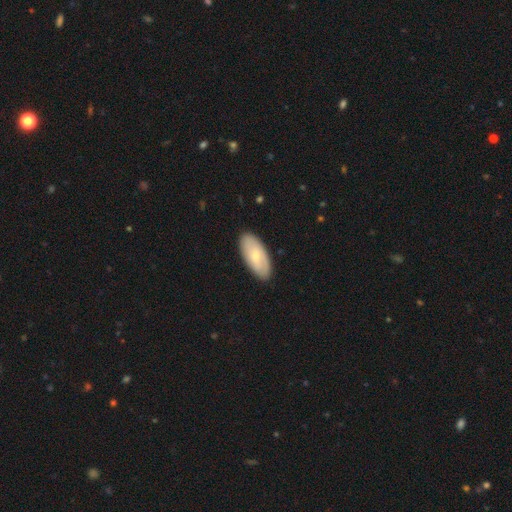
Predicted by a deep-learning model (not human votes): Smooth or featured: smooth — 57% (featured or disk — 37%)
How rounded: in between — 90% (cigar-shaped — 8%)
Merging: none — 88% (minor disturbance — 9%)